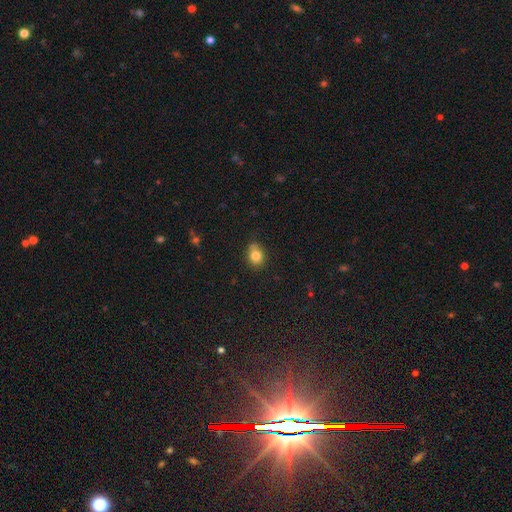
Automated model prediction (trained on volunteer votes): Smooth or featured?
  - smooth: 81% *
  - star or artifact: 11%
  - featured or disk: 9%
How rounded?
  - round: 57% *
  - in between: 42%
  - cigar-shaped: 1%
Merging?
  - none: 69% *
  - minor disturbance: 22%
  - merger: 5%
  - major disturbance: 4%